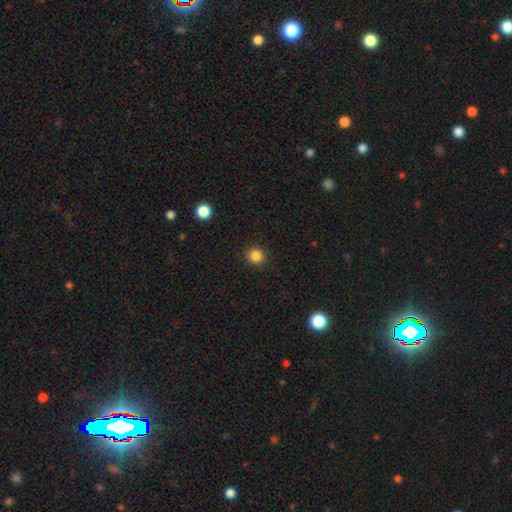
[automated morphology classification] Q: Smooth or featured?
A: smooth (85%); runner-up: star or artifact (11%)
Q: How rounded?
A: round (91%); runner-up: in between (9%)
Q: Merging?
A: none (92%); runner-up: minor disturbance (5%)